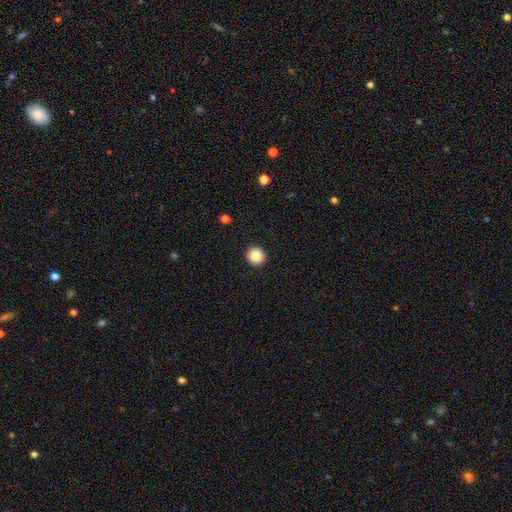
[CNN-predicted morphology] Smooth or featured? Predicted: smooth (p=0.86). How rounded? Predicted: round (p=0.90). Merging? Predicted: none (p=0.93).